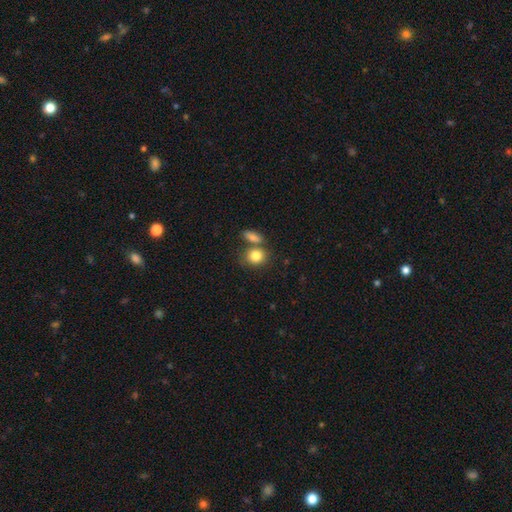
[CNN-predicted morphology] This is clearly a smooth galaxy (83%). How rounded: possibly round (59%). Merging: possibly none (52%).